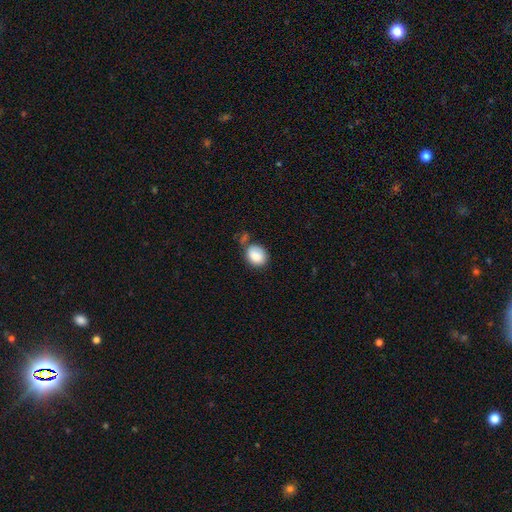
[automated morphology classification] This appears to be a smooth galaxy with no disk features (86%) that is round (53%). Merging: none (57%).